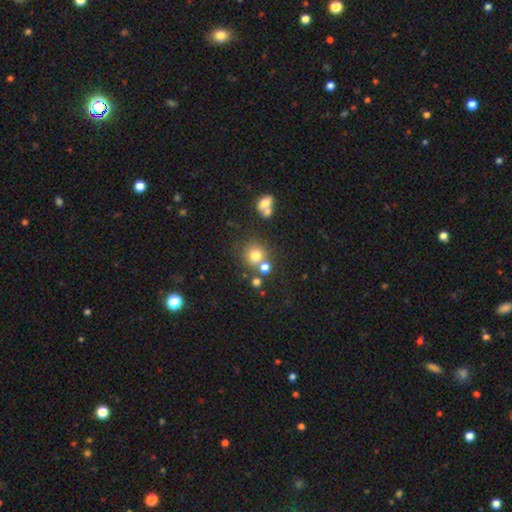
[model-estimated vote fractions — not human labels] Overall: smooth (74%). How rounded: round (88%). Merging: none (63%).